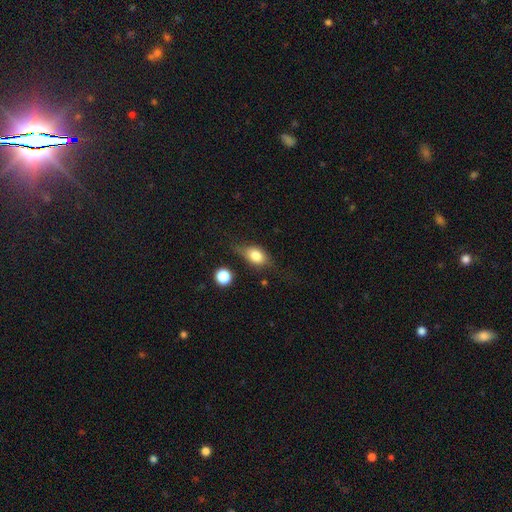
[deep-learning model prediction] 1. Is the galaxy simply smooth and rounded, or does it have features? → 69% smooth, 22% featured or disk, 9% star or artifact.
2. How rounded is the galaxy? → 70% in between, 24% round, 6% cigar-shaped.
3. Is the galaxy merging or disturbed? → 54% none, 30% minor disturbance, 13% major disturbance, 4% merger.